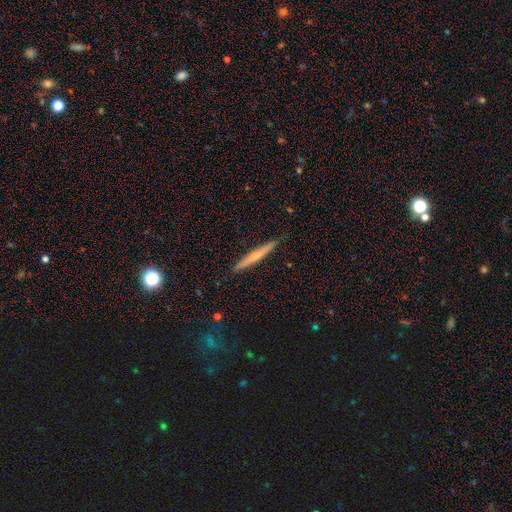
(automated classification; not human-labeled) This is possibly a featured or disk galaxy (54%). It is clearly viewed edge-on (97%). Edge-on bulge: likely rounded (61%). Merging: clearly none (90%).